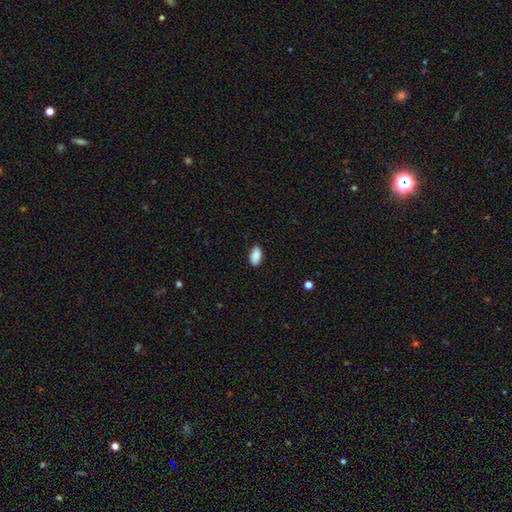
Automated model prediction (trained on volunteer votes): Smooth or featured?
  - smooth: 88% *
  - star or artifact: 7%
  - featured or disk: 5%
How rounded?
  - in between: 93% *
  - round: 4%
  - cigar-shaped: 3%
Merging?
  - none: 85% *
  - minor disturbance: 11%
  - major disturbance: 2%
  - merger: 1%